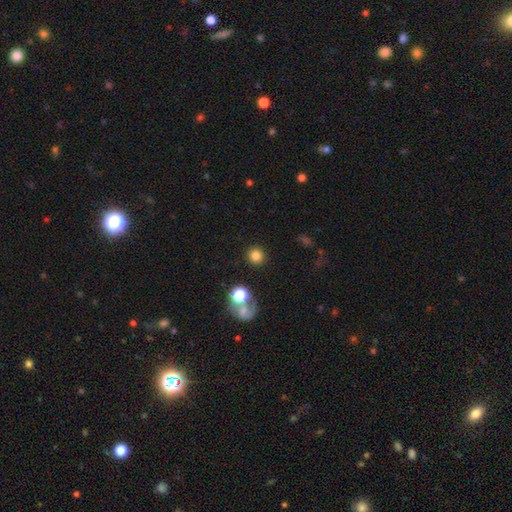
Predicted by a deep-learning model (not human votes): Smooth or featured: smooth — 80% (star or artifact — 13%)
How rounded: round — 93% (in between — 6%)
Merging: none — 88% (minor disturbance — 5%)